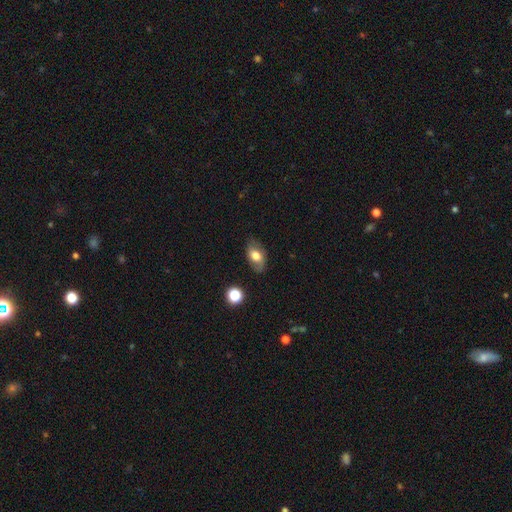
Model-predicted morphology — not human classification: smooth_or_featured: smooth (p=0.64) [alt: featured or disk p=0.27]
how_rounded: in between (p=0.87) [alt: round p=0.11]
merging: none (p=0.76) [alt: minor disturbance p=0.18]